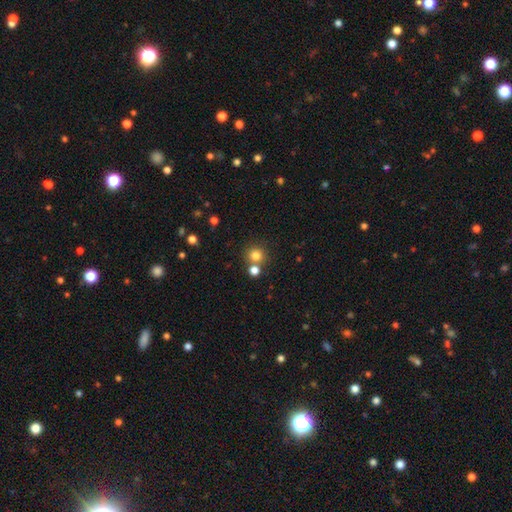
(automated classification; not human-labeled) Morphology: type=smooth (80%); roundness=round (92%); merging=none (70%).